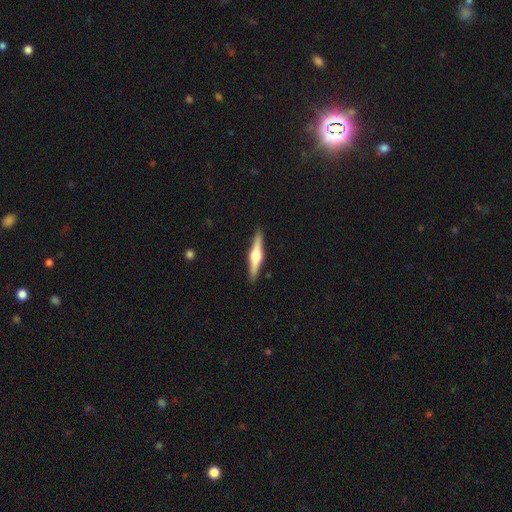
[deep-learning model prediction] A featured or disk galaxy (67%) viewed edge-on (98%) with a rounded central bulge (92%).

Vote fractions:
- Smooth or featured? featured or disk: 67% / smooth: 28% / star or artifact: 5%
- Edge-on disk? yes: 98% / no: 2%
- Edge-on bulge? rounded: 92% / boxy: 6% / none: 2%
- Merging? none: 91% / minor disturbance: 7% / major disturbance: 1% / merger: 1%